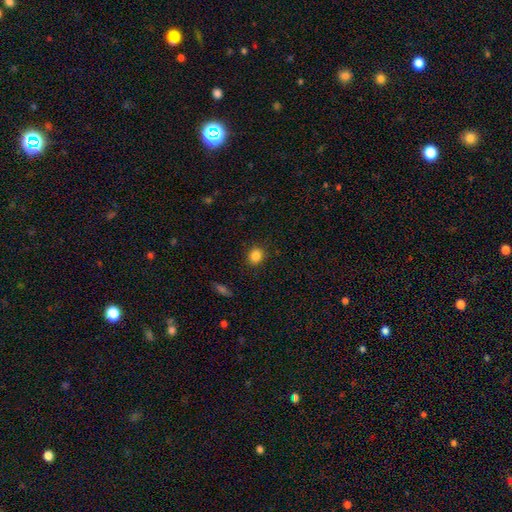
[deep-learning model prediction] Smooth or featured? Predicted: smooth (p=0.85). How rounded? Predicted: round (p=0.77). Merging? Predicted: none (p=0.90).